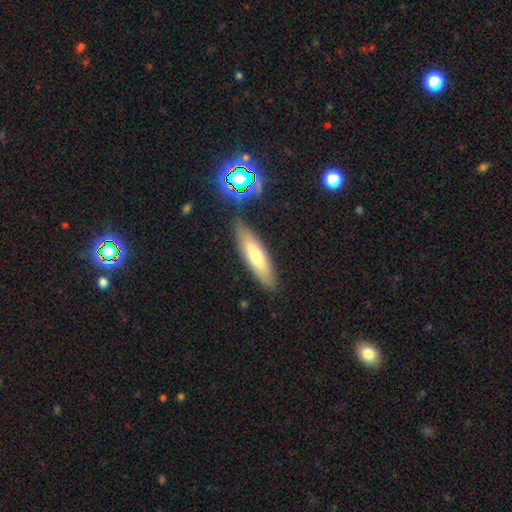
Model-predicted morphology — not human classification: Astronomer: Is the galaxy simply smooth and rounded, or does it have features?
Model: smooth — 58% (runner-up: featured or disk, 33%).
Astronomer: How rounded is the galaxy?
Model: cigar-shaped — 68%.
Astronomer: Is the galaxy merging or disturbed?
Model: none — 84%.